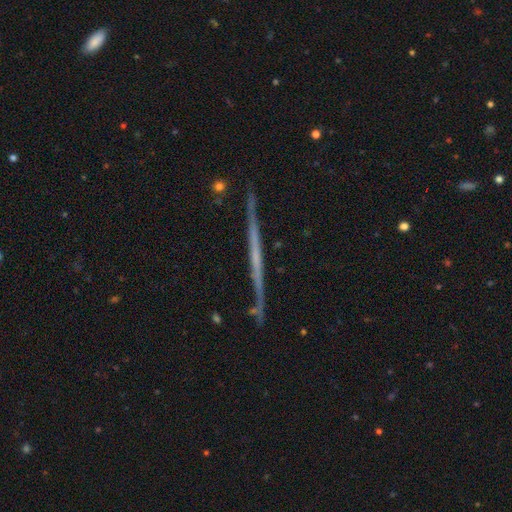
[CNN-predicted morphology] This is likely a featured or disk galaxy (75%). It is clearly viewed edge-on (98%). Edge-on bulge: clearly none (84%). Merging: clearly none (88%).